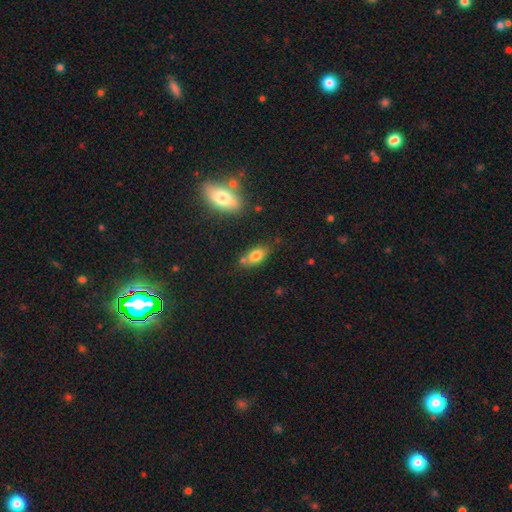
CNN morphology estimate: Smooth or featured? smooth (79%)
How rounded? in between (87%)
Merging? none (62%)